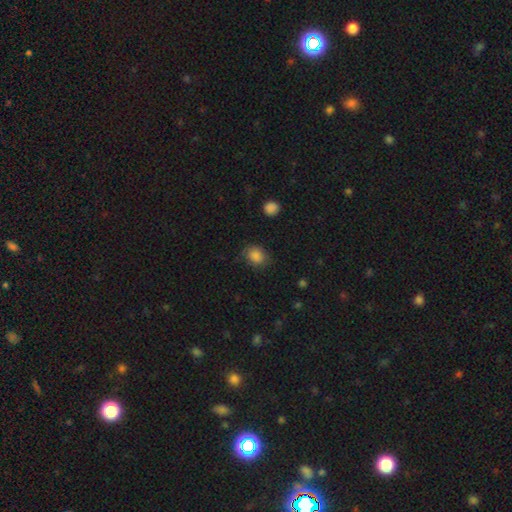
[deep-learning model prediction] The model was most divided on "how rounded": round: 53%, in between: 46%, cigar-shaped: 1%. More confident: smooth or featured — smooth (86%); merging — none (73%).